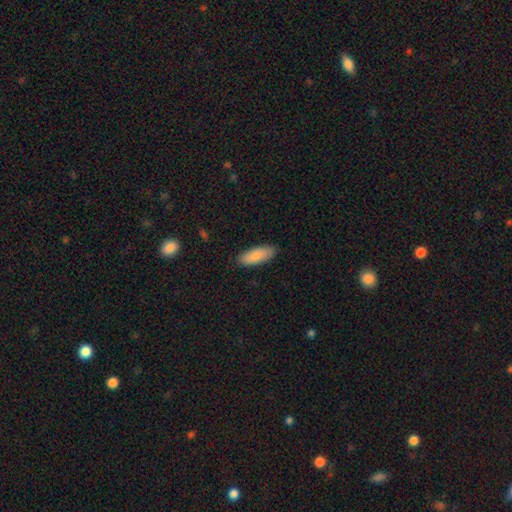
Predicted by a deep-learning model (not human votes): Smooth or featured? Predicted: smooth (p=0.85). How rounded? Predicted: in between (p=0.73). Merging? Predicted: none (p=0.88).